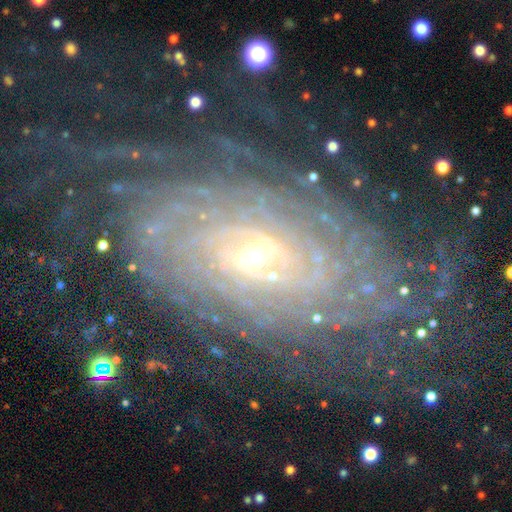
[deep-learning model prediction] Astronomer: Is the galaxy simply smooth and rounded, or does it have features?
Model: featured or disk — 74%.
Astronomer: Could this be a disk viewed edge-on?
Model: no — 91%.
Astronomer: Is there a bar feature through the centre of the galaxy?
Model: no — 71%.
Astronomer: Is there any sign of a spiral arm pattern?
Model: yes — 89%.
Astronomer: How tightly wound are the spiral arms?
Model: tight — 81%.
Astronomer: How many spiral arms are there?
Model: can't tell — 54%.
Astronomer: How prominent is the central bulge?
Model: small — 54% (runner-up: moderate, 40%).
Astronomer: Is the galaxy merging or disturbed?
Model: none — 76%.